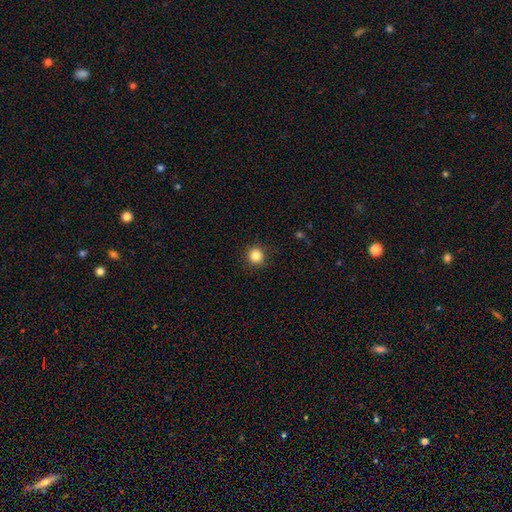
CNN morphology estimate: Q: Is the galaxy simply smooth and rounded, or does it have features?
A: smooth — 85%.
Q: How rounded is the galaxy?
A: round — 94%.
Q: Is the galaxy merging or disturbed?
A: none — 91%.